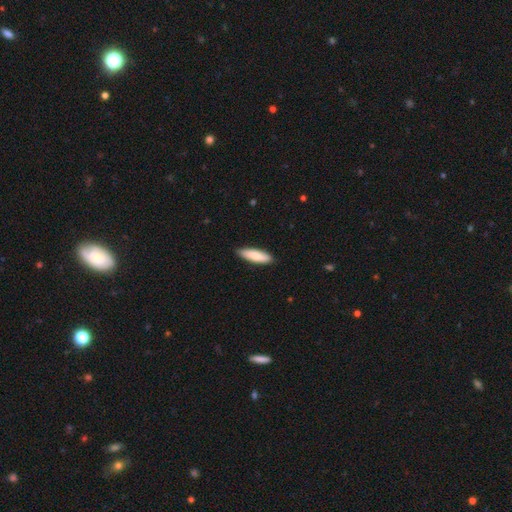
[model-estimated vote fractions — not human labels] smooth 83%, featured or disk 12%, star or artifact 5%. Down the decision tree: how rounded — cigar-shaped (61%); merging — none (89%).